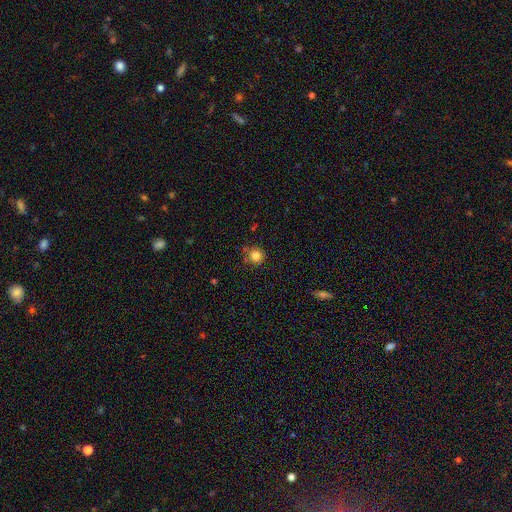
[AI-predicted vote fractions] Overall: smooth (82%). How rounded: round (92%). Merging: none (80%).